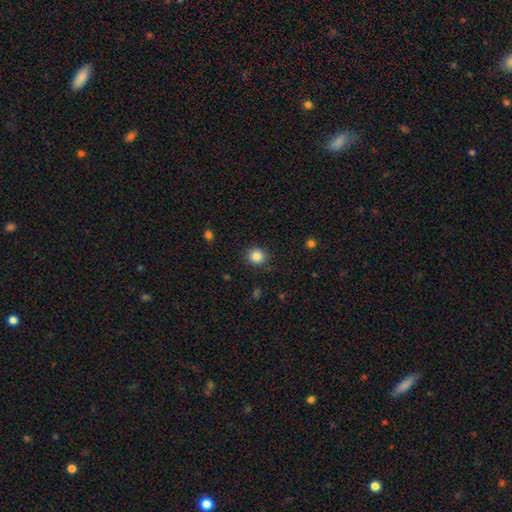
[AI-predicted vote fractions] Overall: smooth (85%). How rounded: round (89%). Merging: none (89%).